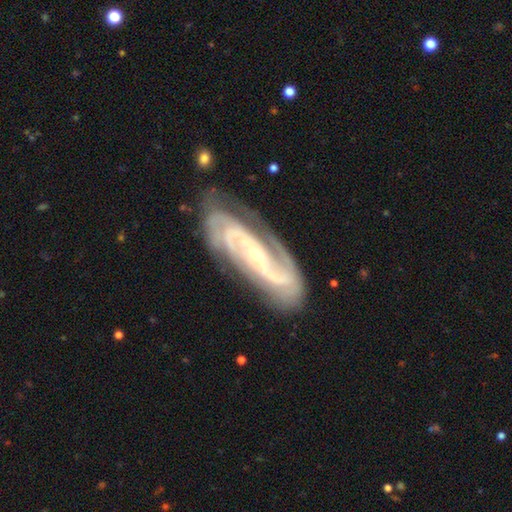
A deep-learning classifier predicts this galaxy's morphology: smooth_or_featured: featured or disk (p=0.91) [alt: star or artifact p=0.05]
disk_edge_on: no (p=0.93) [alt: yes p=0.07]
bar: no (p=0.42) [alt: weak p=0.30]
has_spiral_arms: yes (p=0.98) [alt: no p=0.02]
spiral_winding: tight (p=0.43) [tied with: medium p=0.43]
spiral_arm_count: 2 (p=0.67) [alt: 3 p=0.12]
bulge_size: small (p=0.73) [alt: moderate p=0.24]
merging: none (p=0.71) [alt: minor disturbance p=0.19]